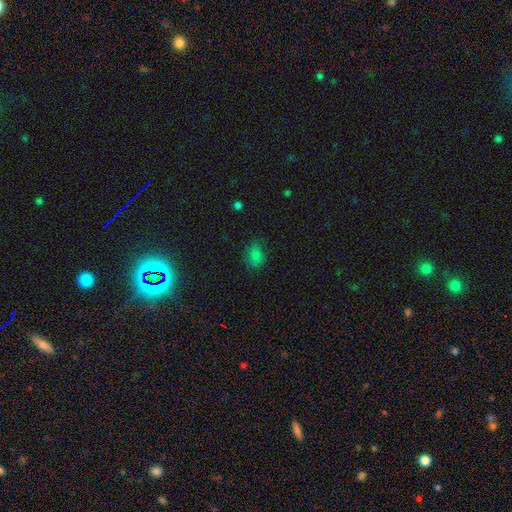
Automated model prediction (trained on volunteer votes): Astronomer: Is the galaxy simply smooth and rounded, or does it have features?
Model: smooth — 76%.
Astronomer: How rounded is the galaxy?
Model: in between — 66%.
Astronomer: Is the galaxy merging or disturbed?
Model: none — 66%.